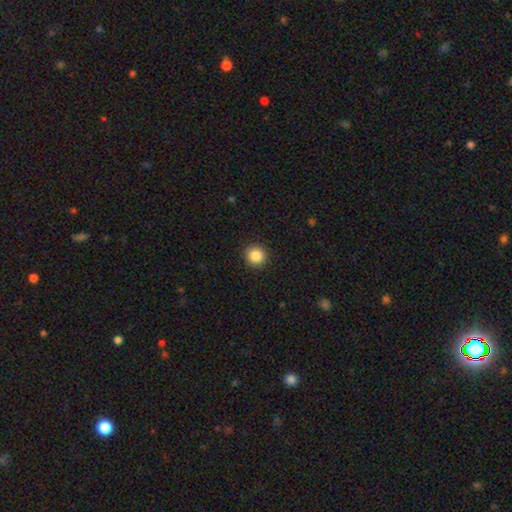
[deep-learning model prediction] smooth 86%, star or artifact 10%, featured or disk 4%. Down the decision tree: how rounded — round (95%); merging — none (93%).